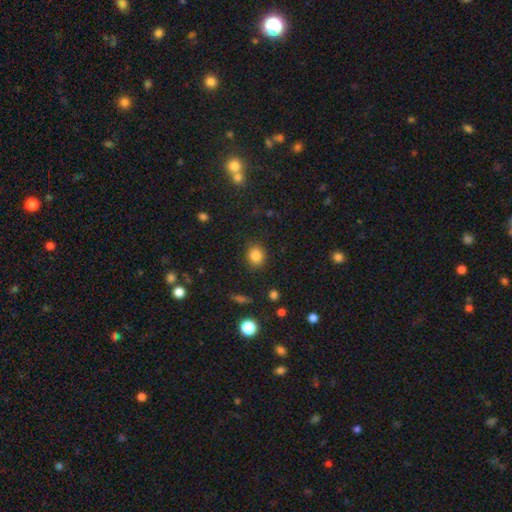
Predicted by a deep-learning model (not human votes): Smooth or featured: smooth — 84% (star or artifact — 11%)
How rounded: round — 76% (in between — 23%)
Merging: none — 87% (minor disturbance — 9%)